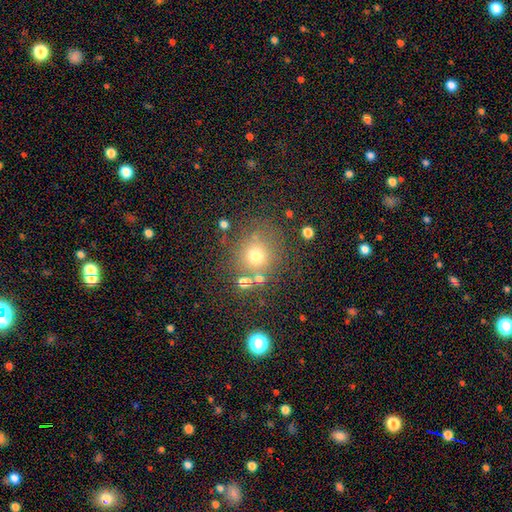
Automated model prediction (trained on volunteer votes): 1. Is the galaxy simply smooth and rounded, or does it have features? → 67% smooth, 22% star or artifact, 12% featured or disk.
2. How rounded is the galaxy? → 88% round, 11% in between, 1% cigar-shaped.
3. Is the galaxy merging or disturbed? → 74% none, 11% minor disturbance, 8% merger, 6% major disturbance.